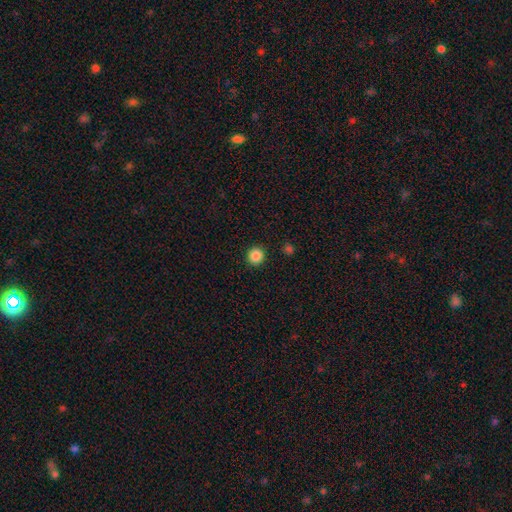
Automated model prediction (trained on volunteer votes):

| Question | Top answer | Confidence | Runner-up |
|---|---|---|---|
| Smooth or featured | smooth | 86% | star or artifact (10%) |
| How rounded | round | 94% | in between (5%) |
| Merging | none | 92% | minor disturbance (5%) |